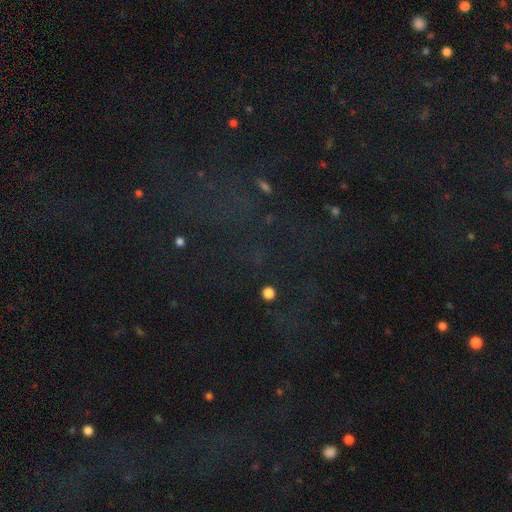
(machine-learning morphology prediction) The model was most divided on "smooth or featured": star or artifact: 73%, smooth: 15%, featured or disk: 12%.